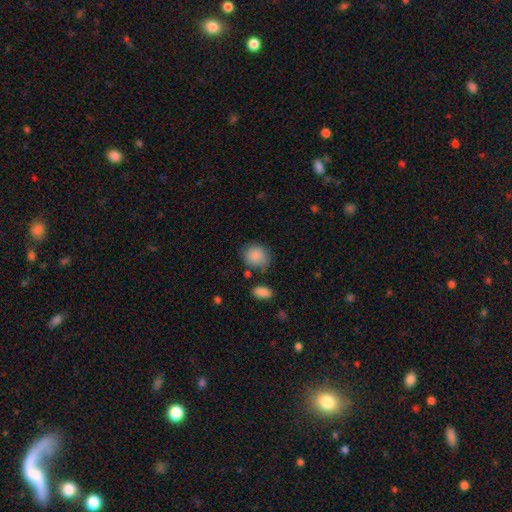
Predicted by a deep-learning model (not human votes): Smooth or featured? smooth (87%)
How rounded? round (73%)
Merging? none (70%)